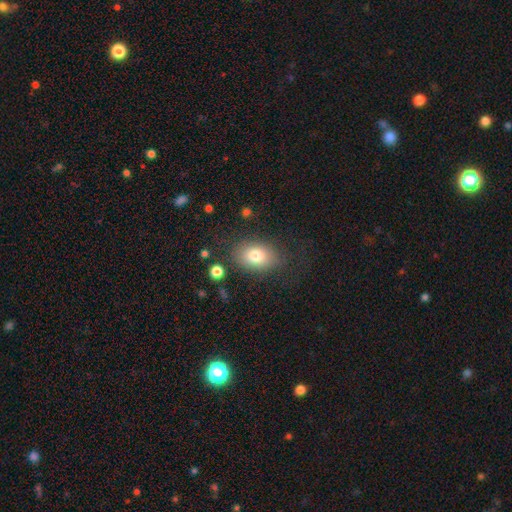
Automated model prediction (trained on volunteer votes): A smooth galaxy with no disk features (79%) that is in between round and cigar-shaped (80%). Merging: none (76%).